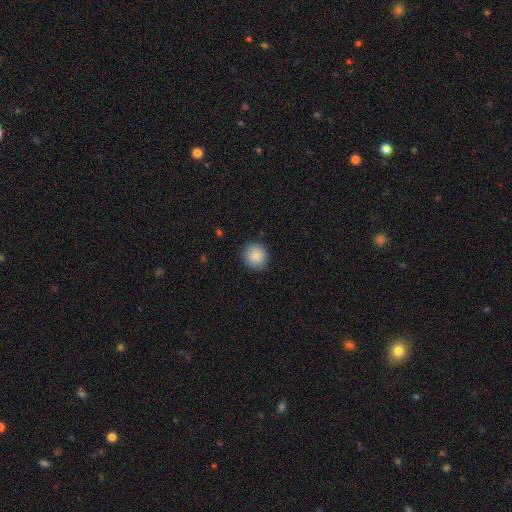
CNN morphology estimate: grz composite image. It shows a smooth galaxy with no disk features (86%) that is round (91%). Merging: none (88%).